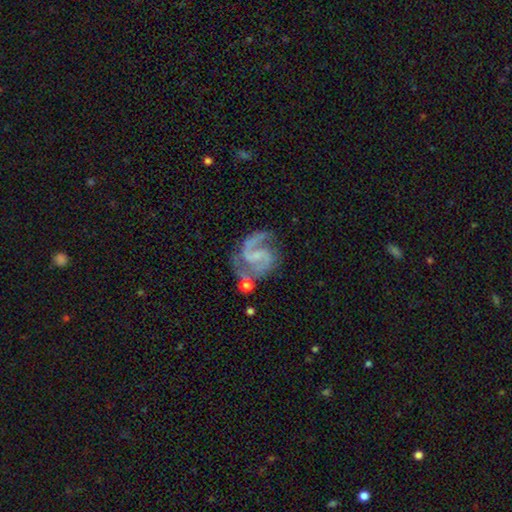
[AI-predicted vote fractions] Smooth or featured: featured or disk — 90% (star or artifact — 5%)
Edge-on disk: no — 98% (yes — 2%)
Bar: weak — 47% (no — 32%)
Spiral arms: yes — 98% (no — 2%)
Spiral winding: medium — 60% (tight — 21%)
Spiral arm count: 2 — 90% (3 — 3%)
Bulge size: none — 46% (small — 42%)
Merging: none — 65% (minor disturbance — 18%)